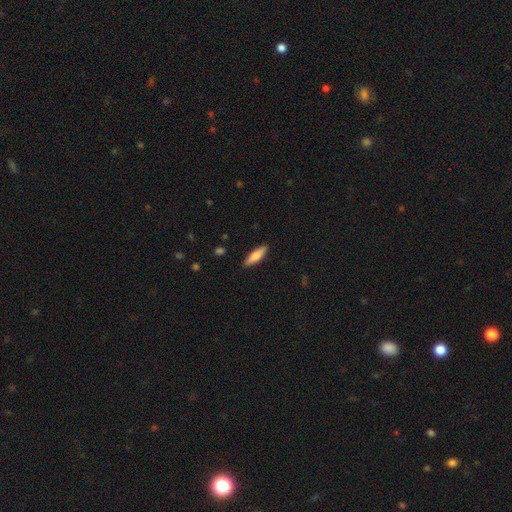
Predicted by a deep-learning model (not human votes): This is likely a smooth galaxy (70%). How rounded: likely cigar-shaped (63%). Merging: clearly none (89%).